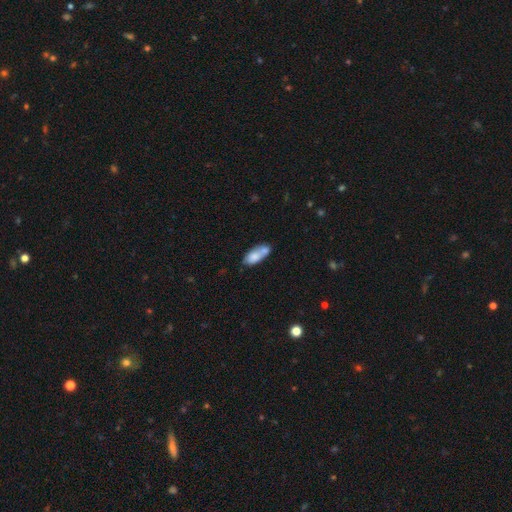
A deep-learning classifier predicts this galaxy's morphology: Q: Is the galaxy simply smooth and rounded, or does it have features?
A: smooth — 74%.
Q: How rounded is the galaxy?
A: in between — 81%.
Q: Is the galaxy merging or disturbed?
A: merger — 42%.